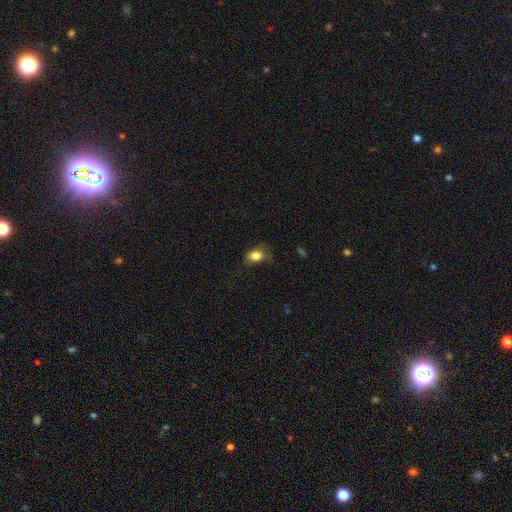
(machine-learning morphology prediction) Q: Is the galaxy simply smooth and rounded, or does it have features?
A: smooth — 84%.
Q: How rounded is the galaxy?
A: in between — 73%.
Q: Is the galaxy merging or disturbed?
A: none — 63%.